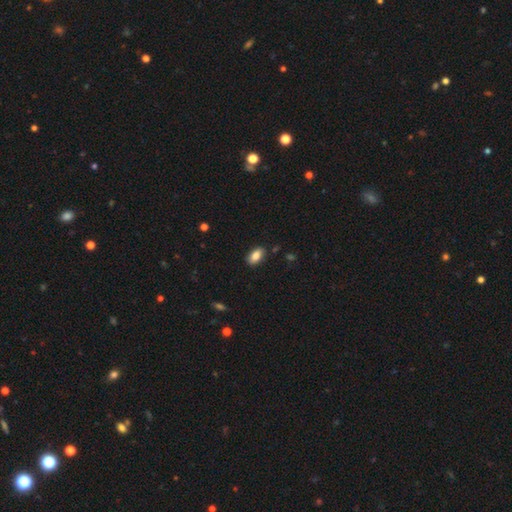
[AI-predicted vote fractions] Morphology: type=smooth (85%); roundness=in between (91%); merging=none (87%).